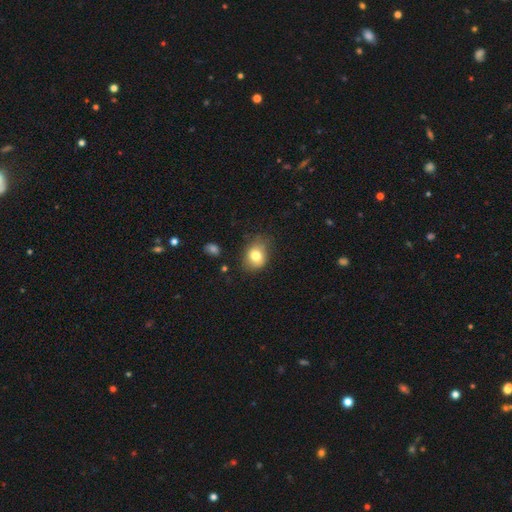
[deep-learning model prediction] Smooth or featured? Predicted: smooth (p=0.77). How rounded? Predicted: in between (p=0.51). Merging? Predicted: none (p=0.66).